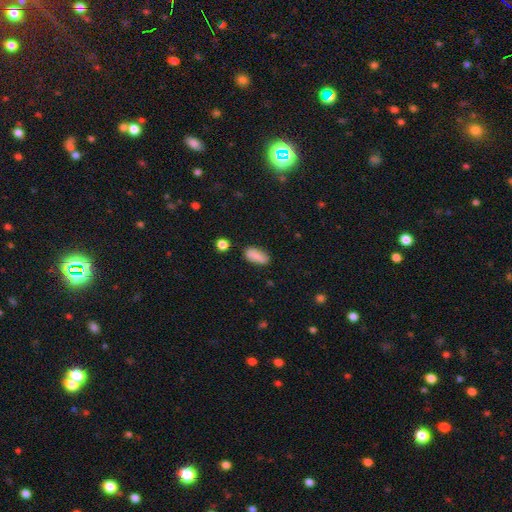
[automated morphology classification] Smooth or featured?
  - smooth: 84% *
  - featured or disk: 9%
  - star or artifact: 8%
How rounded?
  - in between: 85% *
  - cigar-shaped: 11%
  - round: 3%
Merging?
  - none: 77% *
  - minor disturbance: 16%
  - major disturbance: 4%
  - merger: 3%